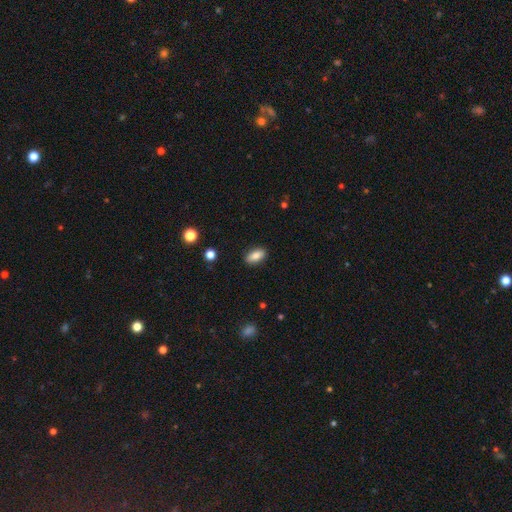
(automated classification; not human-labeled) Smooth or featured? smooth (84%)
How rounded? in between (89%)
Merging? none (88%)